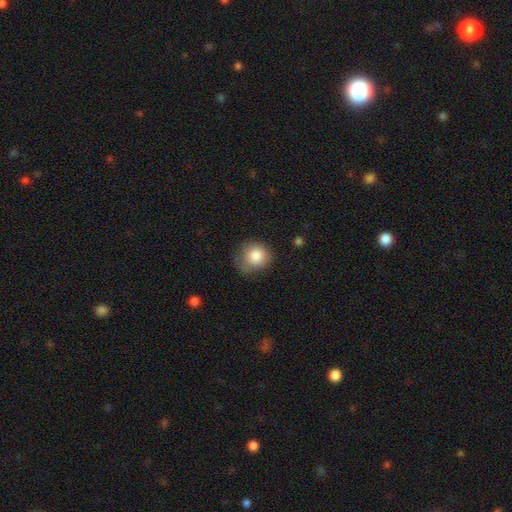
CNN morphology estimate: This is clearly a smooth galaxy (84%). How rounded: clearly round (82%). Merging: possibly none (59%).